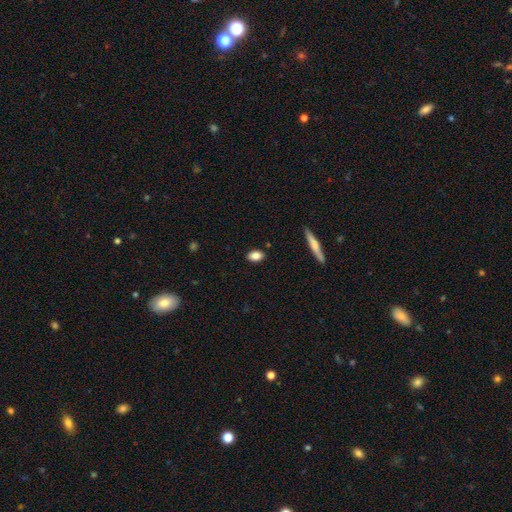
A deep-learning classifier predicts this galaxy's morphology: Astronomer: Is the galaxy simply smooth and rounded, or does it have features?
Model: smooth — 83%.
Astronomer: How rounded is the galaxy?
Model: in between — 86%.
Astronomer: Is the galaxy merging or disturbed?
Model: none — 87%.